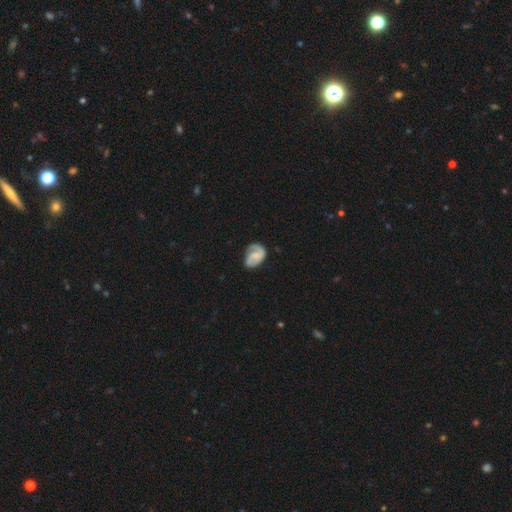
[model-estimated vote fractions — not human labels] Overall: featured or disk (61%; smooth 32%). Edge-on disk: no (98%). Bar: no (53%; weak 35%). Spiral arms: yes (88%). Spiral arm count: 2 (55%; 1 30%). Spiral winding: medium (40%; tight 37%). Bulge size: none (51%; small 27%). Merging: none (54%; minor disturbance 27%).